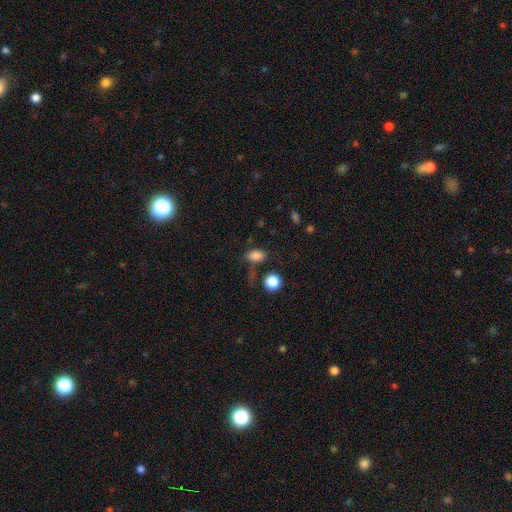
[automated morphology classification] Smooth or featured? smooth (83%)
How rounded? in between (84%)
Merging? none (68%)